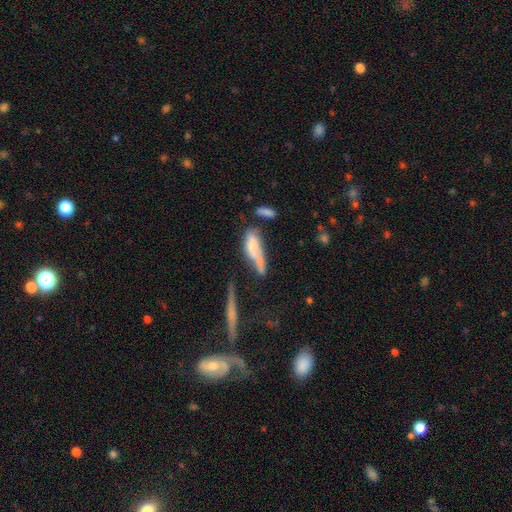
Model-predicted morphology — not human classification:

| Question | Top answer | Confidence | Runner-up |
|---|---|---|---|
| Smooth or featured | smooth | 56% | featured or disk (35%) |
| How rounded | in between | 60% | cigar-shaped (37%) |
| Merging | merger | 35% | major disturbance (23%) |